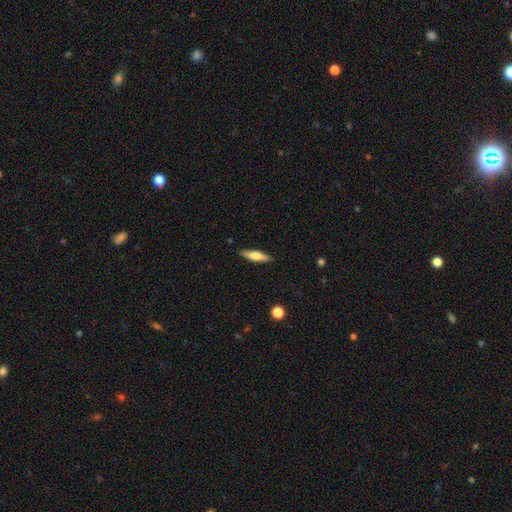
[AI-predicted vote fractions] Smooth or featured: smooth — 57% (featured or disk — 37%)
How rounded: cigar-shaped — 70% (in between — 28%)
Merging: none — 87% (minor disturbance — 10%)